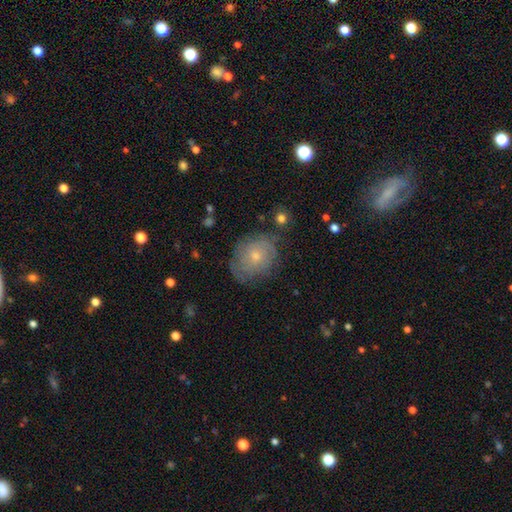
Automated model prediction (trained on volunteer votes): Overall: featured or disk (47%; smooth 43%). Merging: none (70%).